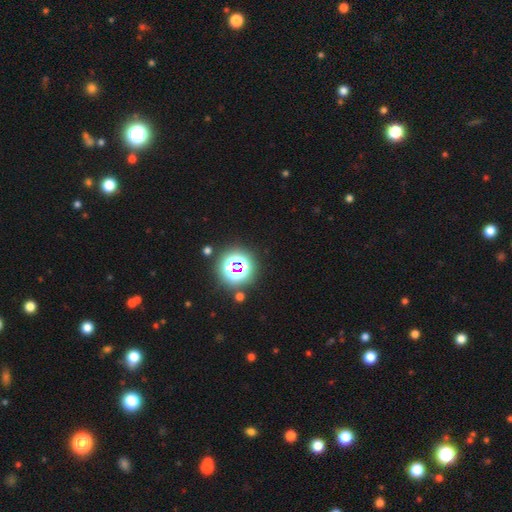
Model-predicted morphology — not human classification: type=star or artifact (79%).